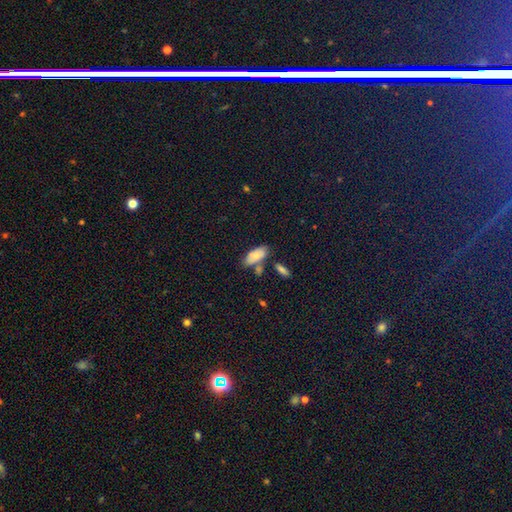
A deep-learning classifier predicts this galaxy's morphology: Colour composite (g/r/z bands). It shows a smooth galaxy with no disk features (75%) that is in between round and cigar-shaped (87%). Merging: none (61%).